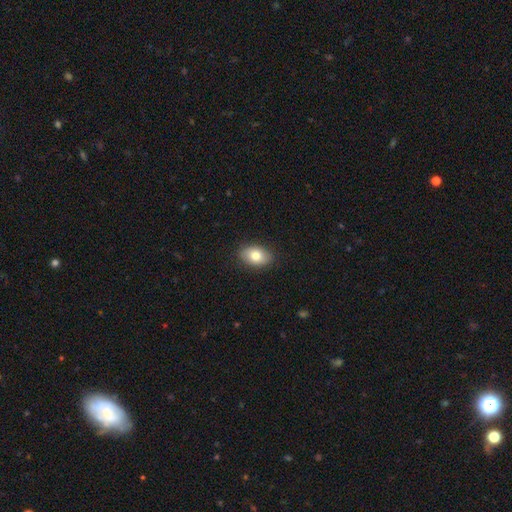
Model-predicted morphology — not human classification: This appears to be a smooth galaxy with no disk features (80%) that is in between round and cigar-shaped (87%). Merging: none (87%).